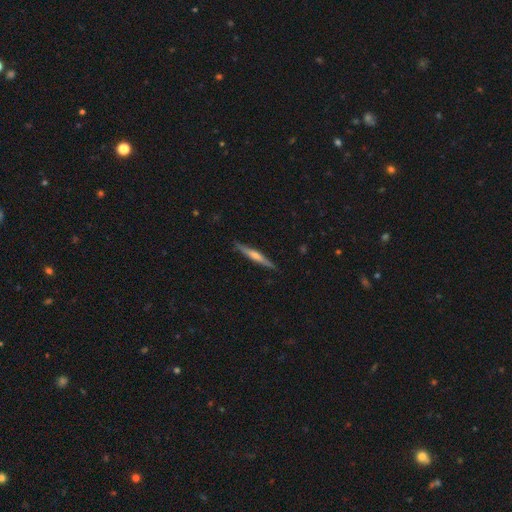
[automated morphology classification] smooth-or-featured: featured or disk: 55% | smooth: 39% | star or artifact: 6%
  disk-edge-on: yes: 96% | no: 4%
    edge-on-bulge: rounded: 62% | none: 28% | boxy: 11%
  merging: none: 88% | minor disturbance: 9% | major disturbance: 2% | merger: 1%